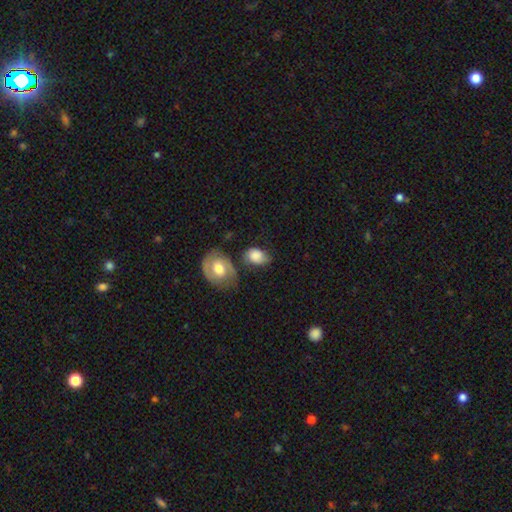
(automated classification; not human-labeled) smooth-or-featured: smooth: 72% | featured or disk: 20% | star or artifact: 8%
  how-rounded: in between: 76% | round: 23% | cigar-shaped: 1%
  merging: none: 51% | minor disturbance: 27% | merger: 12% | major disturbance: 10%